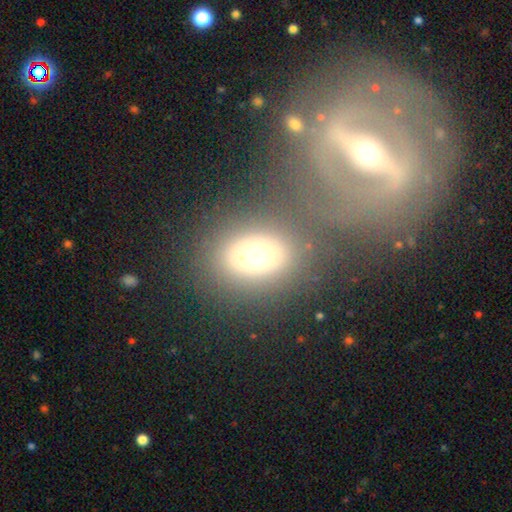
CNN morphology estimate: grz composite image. It shows a smooth galaxy with no disk features (59%) that is in between round and cigar-shaped (64%). Merging: none (72%).